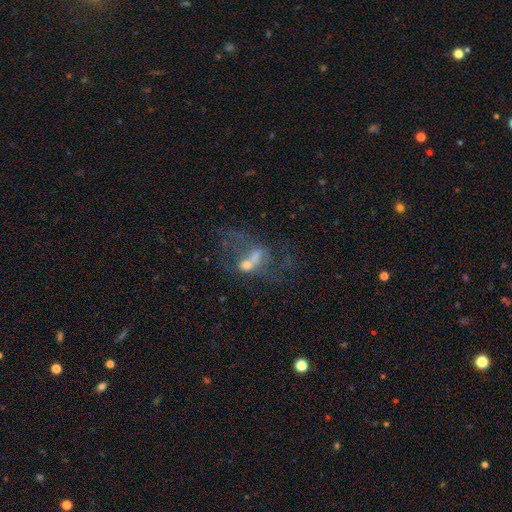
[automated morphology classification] A featured or disk galaxy (50%).

Vote fractions:
- Smooth or featured? featured or disk: 50% / smooth: 34% / star or artifact: 16%
- Merging? merger: 51% / major disturbance: 23% / none: 18% / minor disturbance: 8%